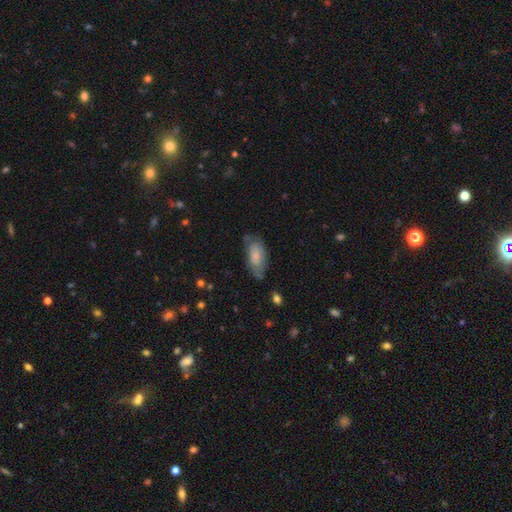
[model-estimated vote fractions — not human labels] The model was most divided on "merging": none: 59%, minor disturbance: 29%, major disturbance: 8%, merger: 3%. More confident: how rounded — in between (87%); smooth or featured — smooth (73%).